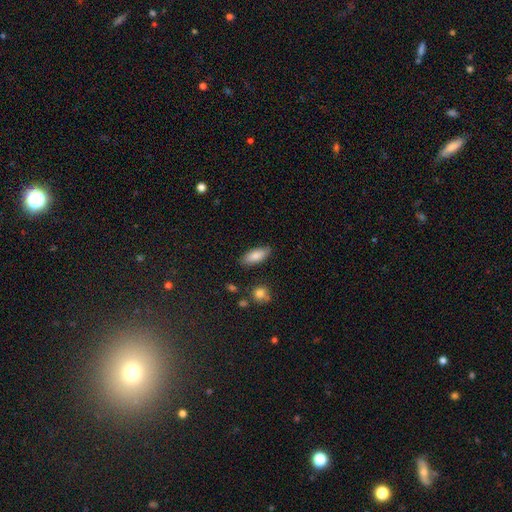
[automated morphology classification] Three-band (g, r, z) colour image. It shows a smooth galaxy with no disk features (84%) that is in between round and cigar-shaped (83%). Merging: none (82%).